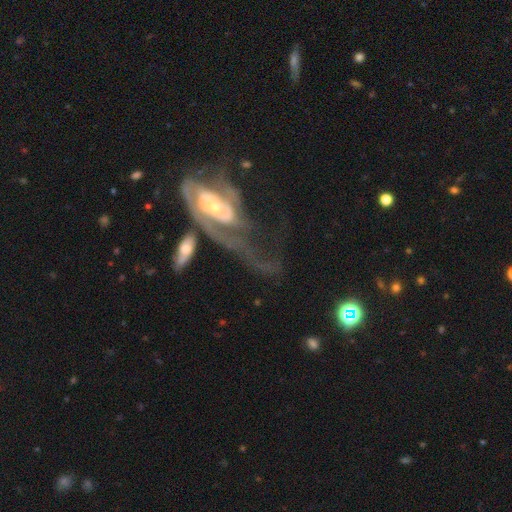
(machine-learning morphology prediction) This is likely a featured or disk galaxy (77%). It is clearly not viewed edge-on (89%). Bar: marginally no (44%). Spiral arm pattern: likely yes (80%). Spiral arm count: marginally 2 (42%). Spiral winding: marginally medium (36%). Central bulge: marginally moderate (44%). Merging: marginally major disturbance (34%).